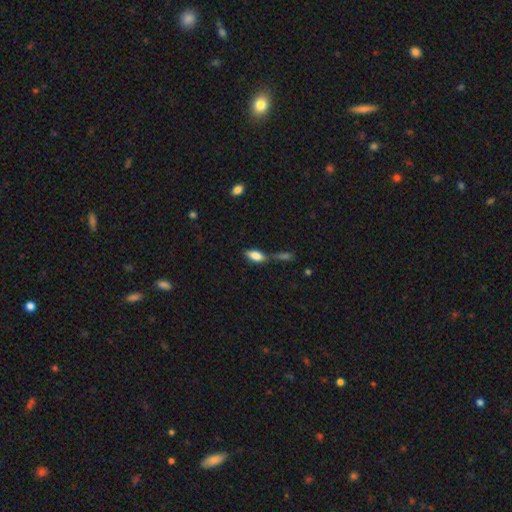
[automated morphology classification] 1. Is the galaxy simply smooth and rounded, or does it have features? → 82% smooth, 10% featured or disk, 8% star or artifact.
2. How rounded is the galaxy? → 87% in between, 10% cigar-shaped, 3% round.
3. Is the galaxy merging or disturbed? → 43% none, 33% merger, 17% minor disturbance, 7% major disturbance.